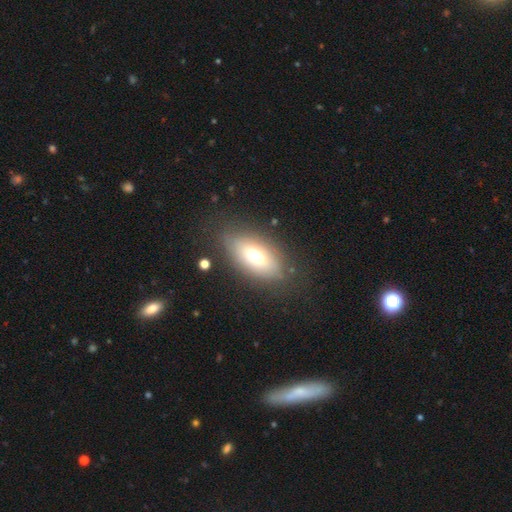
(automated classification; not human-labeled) The model was most divided on "smooth or featured": smooth: 65%, featured or disk: 26%, star or artifact: 9%. More confident: how rounded — in between (86%); merging — none (79%).